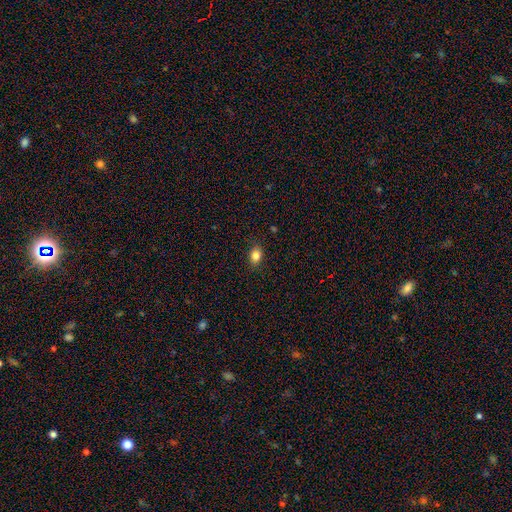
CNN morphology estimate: This is clearly a smooth galaxy (84%). How rounded: likely in between (71%). Merging: clearly none (87%).